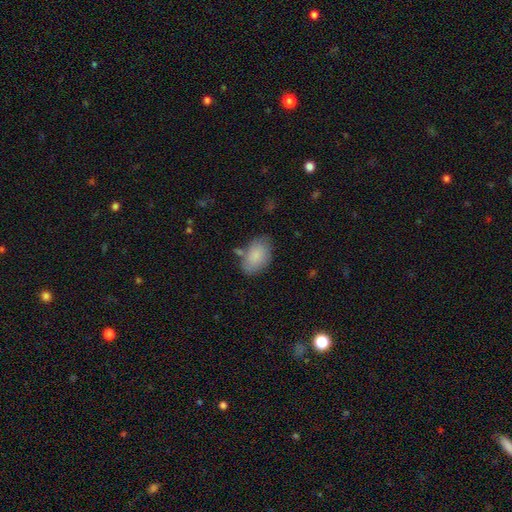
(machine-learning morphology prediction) smooth 85%, featured or disk 9%, star or artifact 6%. Down the decision tree: how rounded — in between (92%); merging — none (67%).